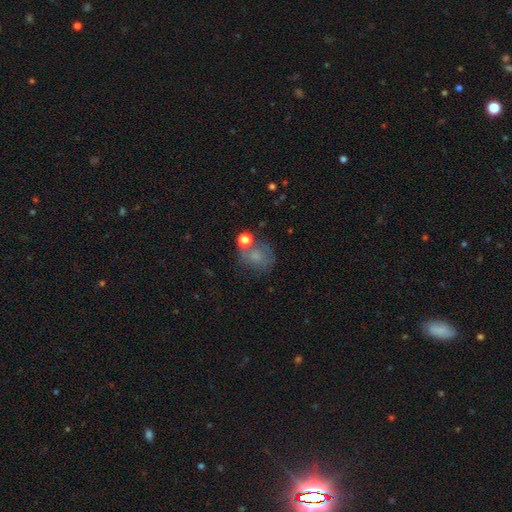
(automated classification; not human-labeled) Smooth or featured?
  - smooth: 57% *
  - featured or disk: 26%
  - star or artifact: 17%
How rounded?
  - round: 63% *
  - in between: 36%
  - cigar-shaped: 1%
Merging?
  - none: 49% *
  - minor disturbance: 20%
  - merger: 17%
  - major disturbance: 15%